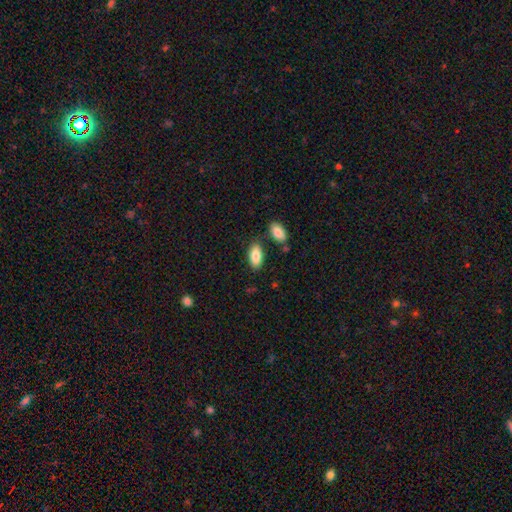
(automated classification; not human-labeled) A smooth galaxy with no disk features (85%) that is in between round and cigar-shaped (92%). Merging: none (76%).